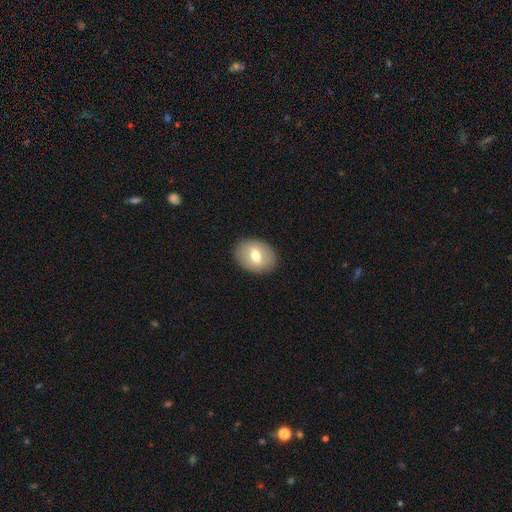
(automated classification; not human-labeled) This is likely a smooth galaxy (63%). How rounded: likely in between (65%). Merging: clearly none (88%).